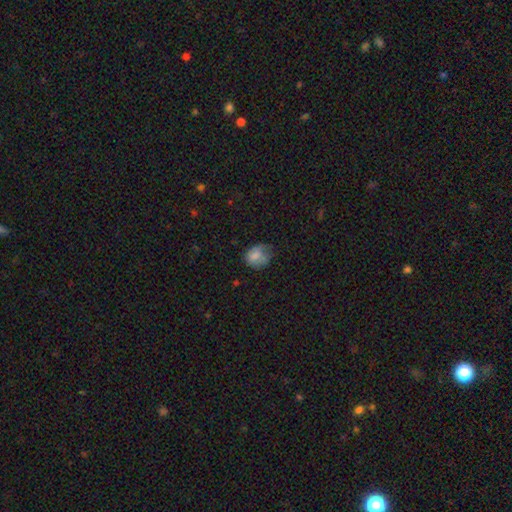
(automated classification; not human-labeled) smooth 73%, featured or disk 17%, star or artifact 10%. Down the decision tree: how rounded — in between (50%); merging — minor disturbance (37%).